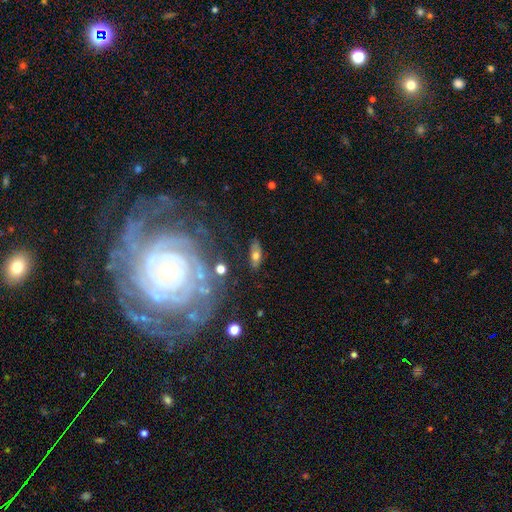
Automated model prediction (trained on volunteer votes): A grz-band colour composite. It shows a smooth galaxy with no disk features (57%) that is in between round and cigar-shaped (77%). Merging: none (77%).